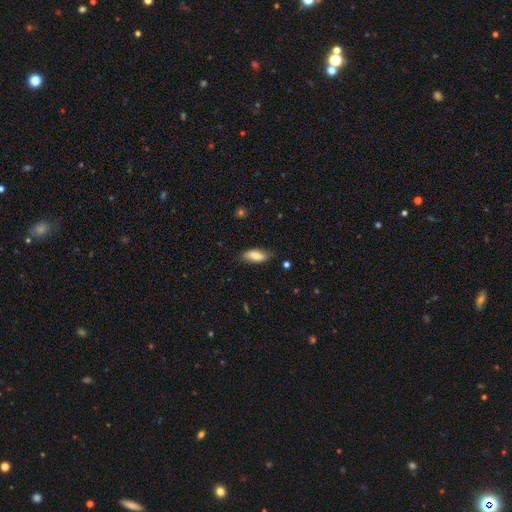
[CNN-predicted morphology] Smooth or featured? smooth (81%)
How rounded? in between (79%)
Merging? none (71%)